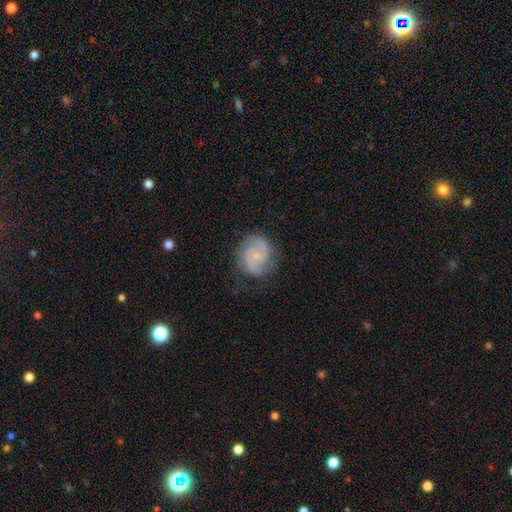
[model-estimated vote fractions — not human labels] Smooth or featured: featured or disk — 76% (smooth — 18%)
Edge-on disk: no — 98% (yes — 2%)
Bar: no — 62% (weak — 33%)
Spiral arms: yes — 95% (no — 5%)
Spiral winding: medium — 46% (tight — 40%)
Spiral arm count: 2 — 77% (can't tell — 10%)
Bulge size: small — 69% (moderate — 17%)
Merging: none — 76% (minor disturbance — 17%)